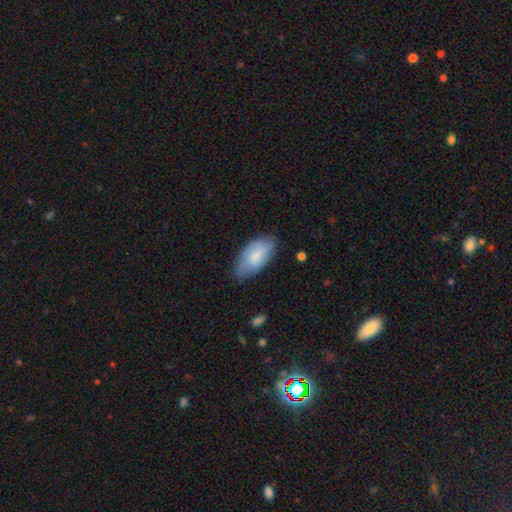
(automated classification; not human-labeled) Smooth or featured? smooth (75%)
How rounded? in between (93%)
Merging? none (73%)